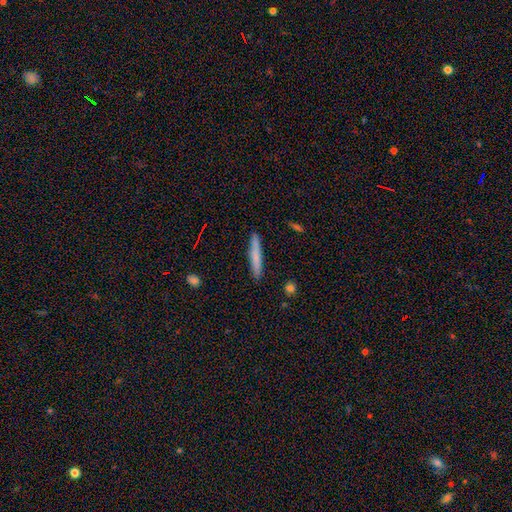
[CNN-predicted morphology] Smooth or featured? Predicted: smooth (p=0.73). How rounded? Predicted: cigar-shaped (p=0.95). Merging? Predicted: none (p=0.89).